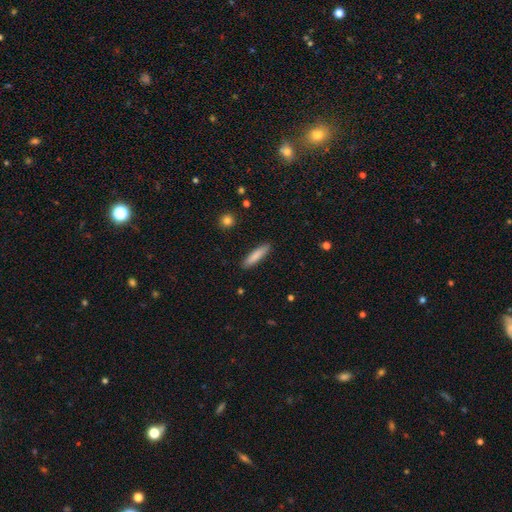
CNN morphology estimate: type=smooth (82%); roundness=cigar-shaped (81%); merging=none (90%).